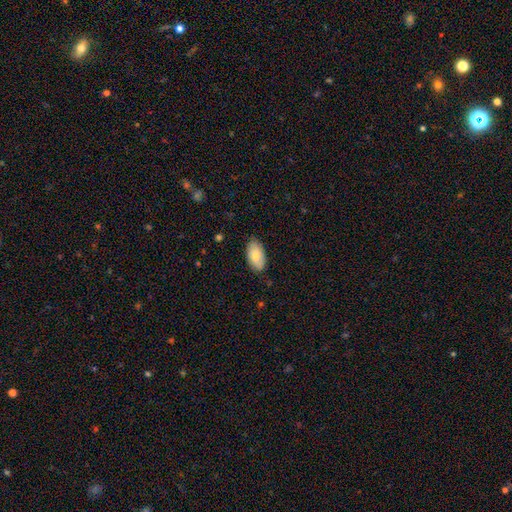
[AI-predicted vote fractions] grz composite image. It shows a smooth galaxy with no disk features (79%) that is in between round and cigar-shaped (95%). Merging: none (80%).